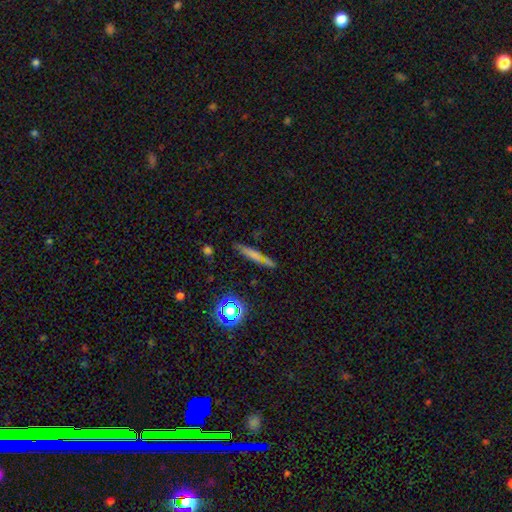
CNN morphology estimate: smooth-or-featured: smooth: 59% | featured or disk: 25% | star or artifact: 17%
  how-rounded: cigar-shaped: 86% | in between: 10% | round: 4%
  merging: none: 71% | minor disturbance: 15% | merger: 10% | major disturbance: 4%